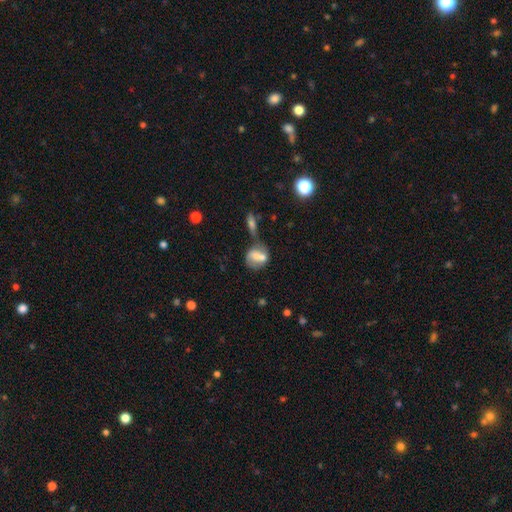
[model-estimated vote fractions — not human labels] The model was most divided on "how rounded": round: 53%, in between: 44%, cigar-shaped: 3%. More confident: smooth or featured — smooth (57%); merging — merger (54%).